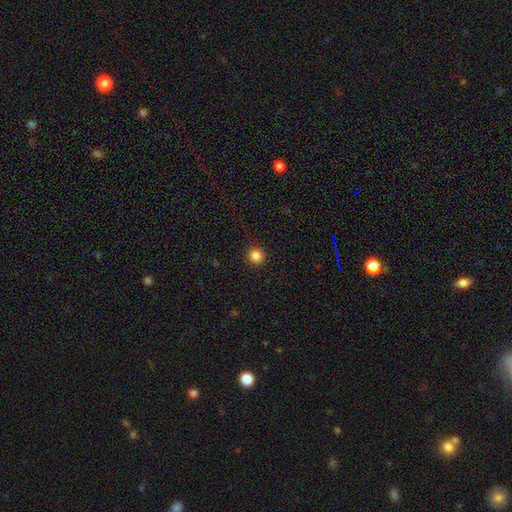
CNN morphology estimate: Smooth or featured?
  - smooth: 85% *
  - star or artifact: 11%
  - featured or disk: 3%
How rounded?
  - round: 94% *
  - in between: 5%
  - cigar-shaped: 1%
Merging?
  - none: 92% *
  - minor disturbance: 5%
  - major disturbance: 2%
  - merger: 1%